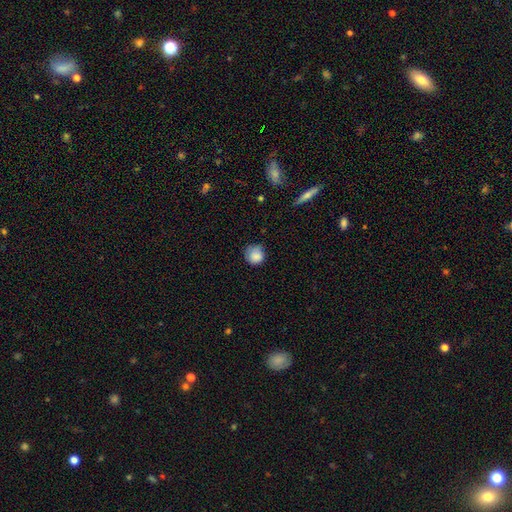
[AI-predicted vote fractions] Q: Smooth or featured?
A: smooth (85%); runner-up: star or artifact (8%)
Q: How rounded?
A: round (87%); runner-up: in between (12%)
Q: Merging?
A: none (61%); runner-up: minor disturbance (30%)